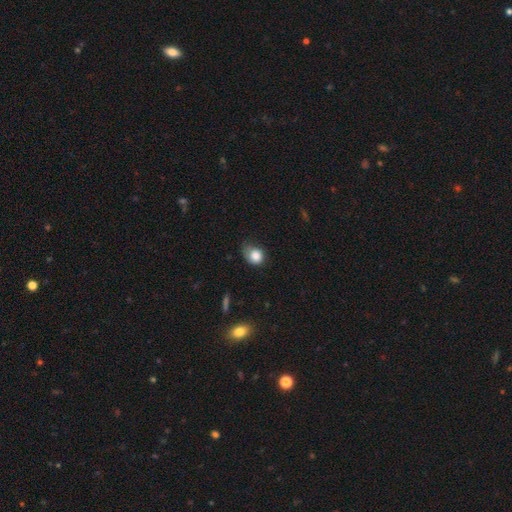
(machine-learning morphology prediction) Overall: smooth (81%). How rounded: round (57%; in between 42%). Merging: minor disturbance (40%; none 39%).